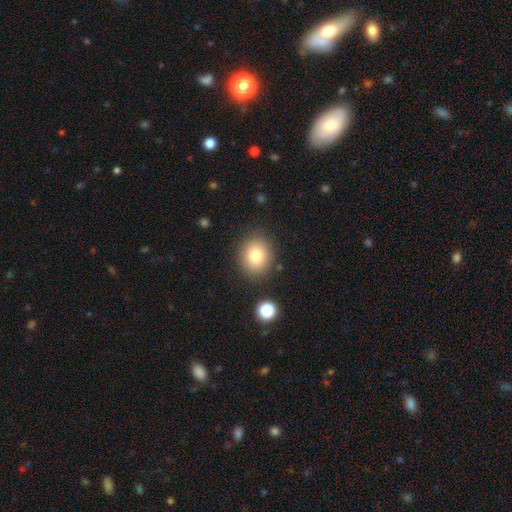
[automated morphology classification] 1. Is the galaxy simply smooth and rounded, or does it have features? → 79% smooth, 11% star or artifact, 10% featured or disk.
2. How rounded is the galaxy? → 68% round, 31% in between, 1% cigar-shaped.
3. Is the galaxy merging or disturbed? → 85% none, 9% minor disturbance, 3% major disturbance, 3% merger.